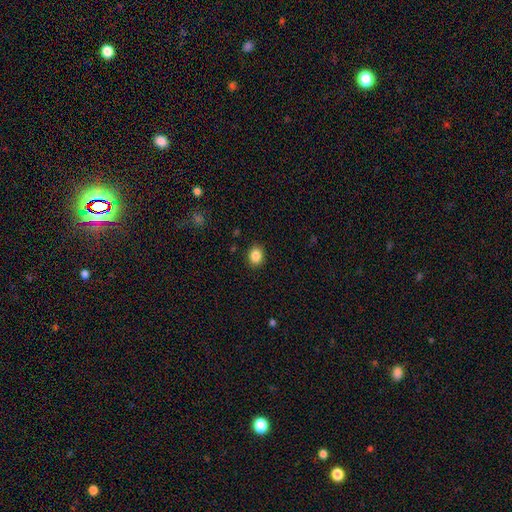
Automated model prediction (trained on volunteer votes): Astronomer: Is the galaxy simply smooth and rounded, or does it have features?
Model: smooth — 86%.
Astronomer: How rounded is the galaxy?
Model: in between — 52% (runner-up: round, 47%).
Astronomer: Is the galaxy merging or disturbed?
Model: none — 90%.